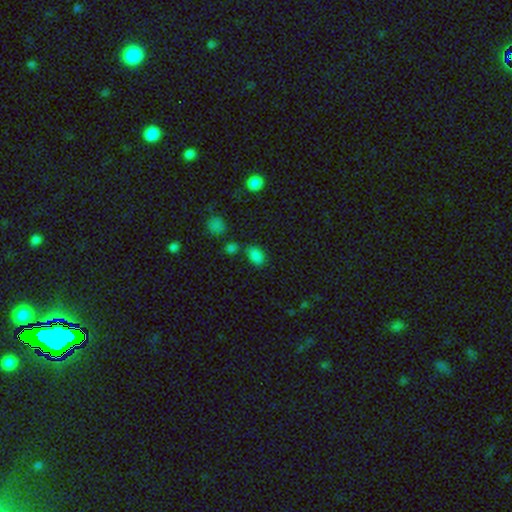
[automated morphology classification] smooth-or-featured: smooth: 79% | star or artifact: 16% | featured or disk: 5%
  how-rounded: in between: 84% | round: 15% | cigar-shaped: 2%
  merging: none: 65% | minor disturbance: 17% | merger: 13% | major disturbance: 6%